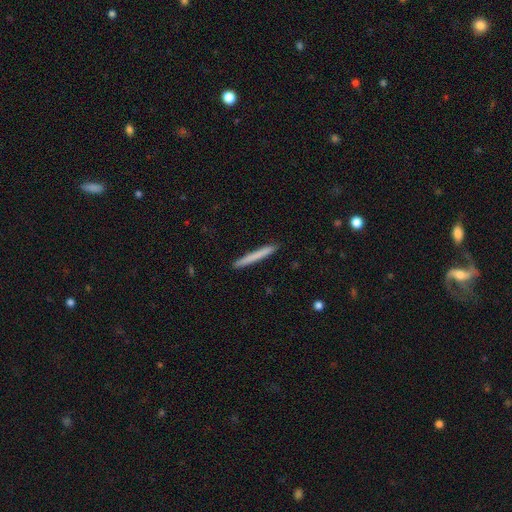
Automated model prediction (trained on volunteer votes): The model was most divided on "smooth or featured": smooth: 73%, featured or disk: 21%, star or artifact: 5%. More confident: how rounded — cigar-shaped (97%); merging — none (92%).